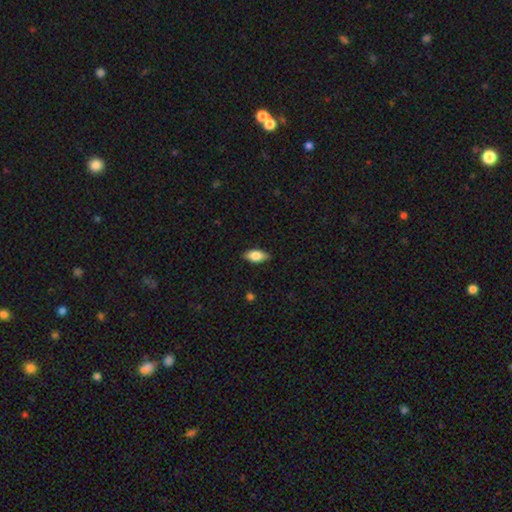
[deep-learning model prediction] smooth 76%, featured or disk 17%, star or artifact 7%. Down the decision tree: how rounded — in between (87%); merging — none (88%).